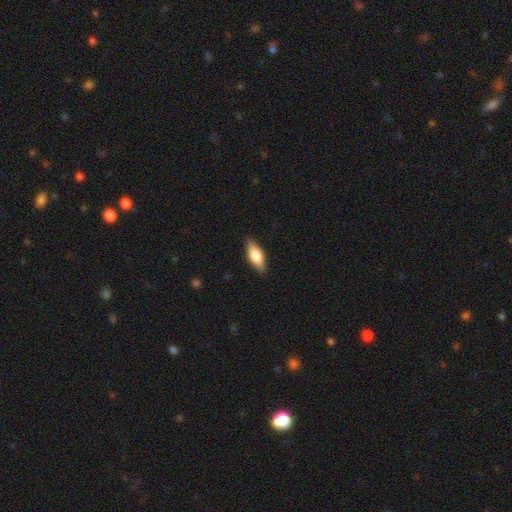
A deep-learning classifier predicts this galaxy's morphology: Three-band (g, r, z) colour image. It shows a smooth galaxy with no disk features (65%) that is in between round and cigar-shaped (69%). Merging: none (86%).